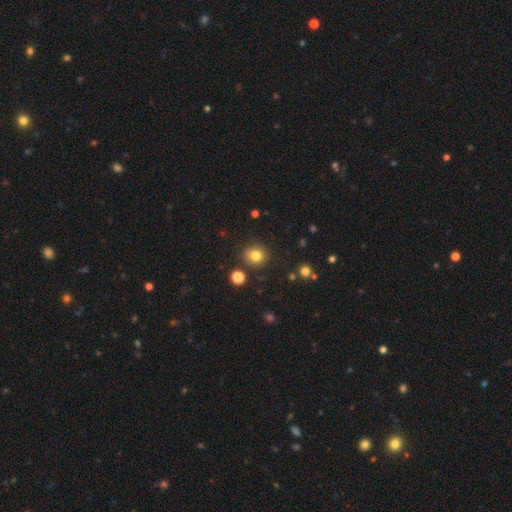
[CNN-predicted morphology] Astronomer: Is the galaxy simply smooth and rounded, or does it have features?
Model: smooth — 80%.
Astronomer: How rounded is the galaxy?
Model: round — 84%.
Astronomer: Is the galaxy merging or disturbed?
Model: none — 84%.